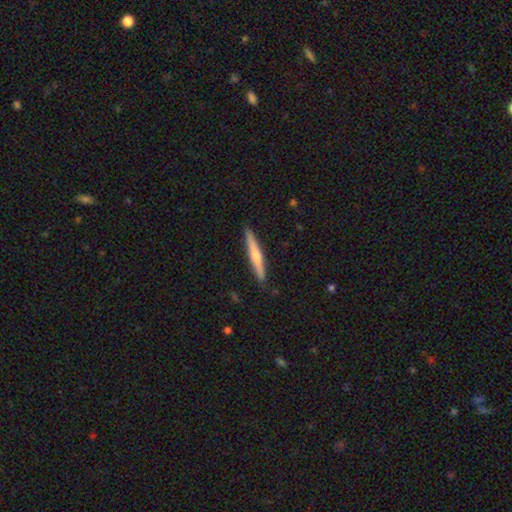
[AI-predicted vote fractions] Smooth or featured?
  - smooth: 48% *
  - featured or disk: 46%
  - star or artifact: 5%
Merging?
  - none: 90% *
  - minor disturbance: 8%
  - major disturbance: 1%
  - merger: 1%